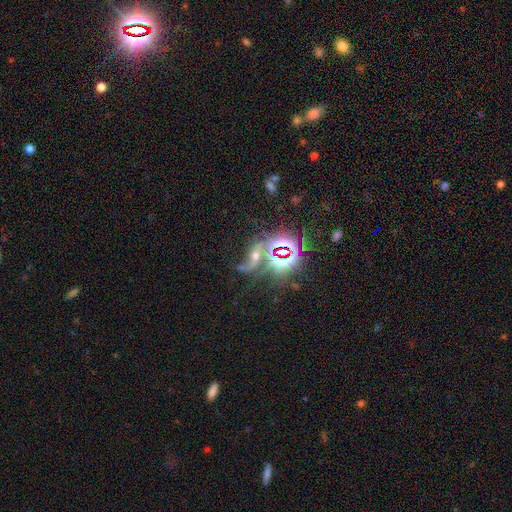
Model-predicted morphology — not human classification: featured or disk 43%, star or artifact 42%, smooth 15%. Down the decision tree: merging — none (42%).